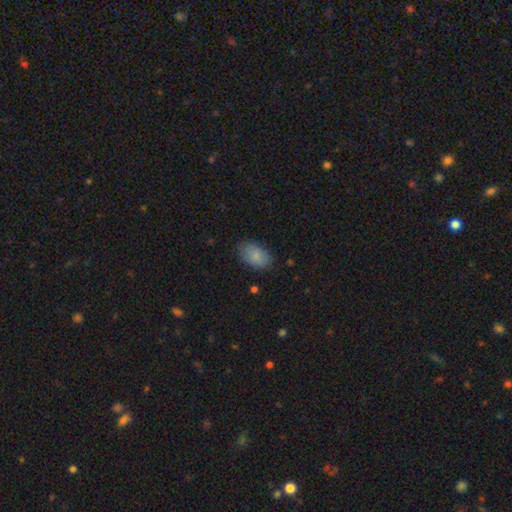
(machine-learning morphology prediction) type=smooth (86%); roundness=in between (91%); merging=none (80%).